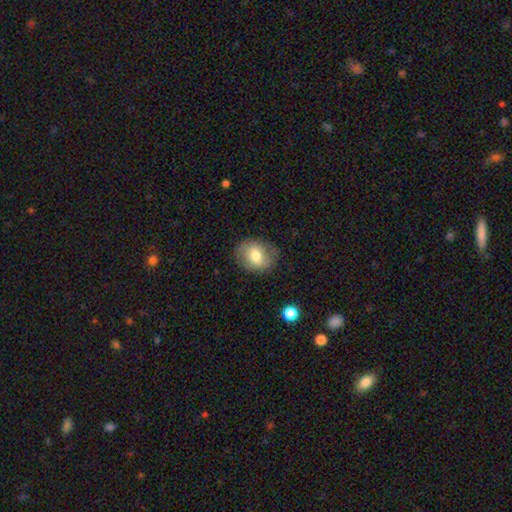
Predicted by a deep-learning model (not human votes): Q: Smooth or featured?
A: smooth (65%); runner-up: featured or disk (26%)
Q: How rounded?
A: round (53%); runner-up: in between (46%)
Q: Merging?
A: none (78%); runner-up: minor disturbance (16%)